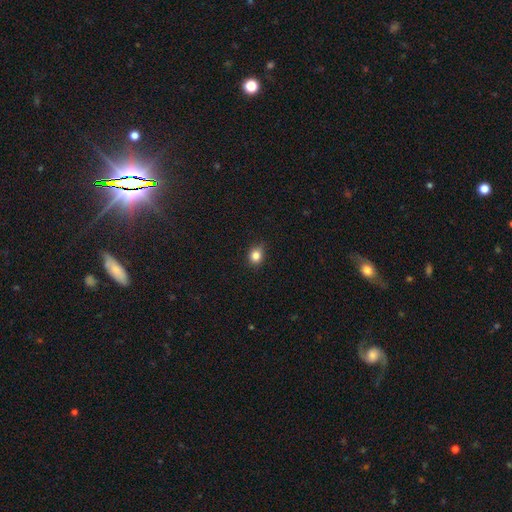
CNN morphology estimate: This appears to be a smooth galaxy with no disk features (83%) that is round (67%). Merging: none (76%).